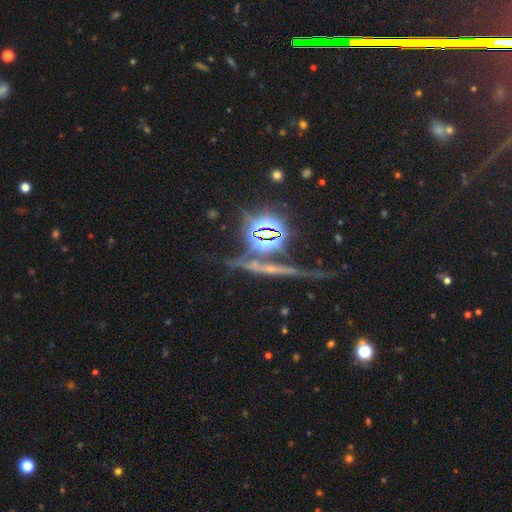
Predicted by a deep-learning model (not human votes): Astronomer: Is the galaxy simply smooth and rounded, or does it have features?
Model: star or artifact — 72%.